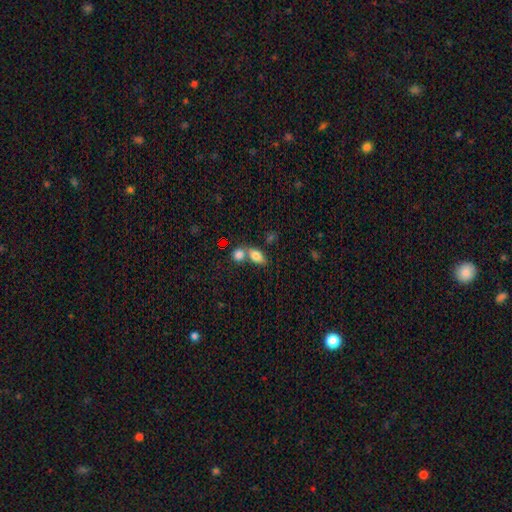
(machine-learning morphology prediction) smooth-or-featured: smooth: 79% | featured or disk: 11% | star or artifact: 10%
  how-rounded: in between: 82% | round: 11% | cigar-shaped: 7%
  merging: none: 46% | merger: 40% | minor disturbance: 10% | major disturbance: 4%